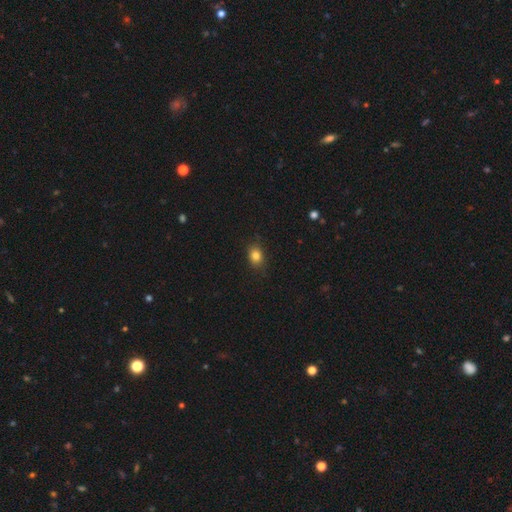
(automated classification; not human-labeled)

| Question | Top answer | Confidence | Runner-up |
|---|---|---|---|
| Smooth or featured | smooth | 83% | star or artifact (11%) |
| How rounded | in between | 58% | round (41%) |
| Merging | none | 84% | minor disturbance (13%) |